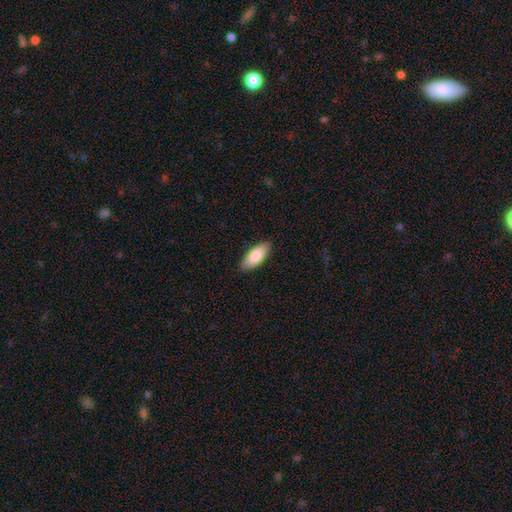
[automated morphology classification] Smooth or featured: smooth — 82% (featured or disk — 12%)
How rounded: in between — 85% (cigar-shaped — 13%)
Merging: none — 86% (minor disturbance — 11%)